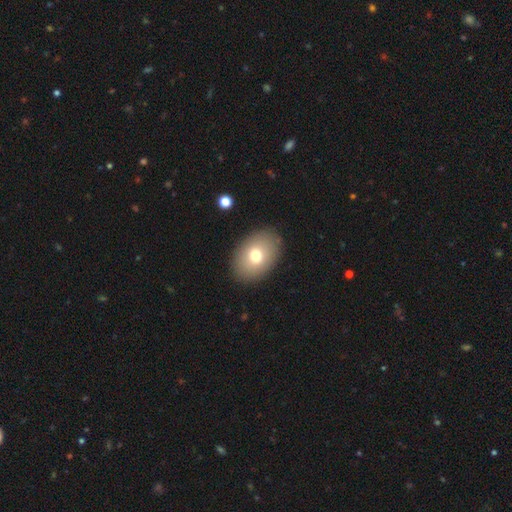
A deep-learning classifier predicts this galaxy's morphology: A smooth galaxy with no disk features (74%) that is in between round and cigar-shaped (80%).

Vote fractions:
- Smooth or featured? smooth: 74% / featured or disk: 16% / star or artifact: 9%
- How rounded? in between: 80% / round: 19% / cigar-shaped: 1%
- Merging? none: 88% / minor disturbance: 8% / major disturbance: 3% / merger: 1%